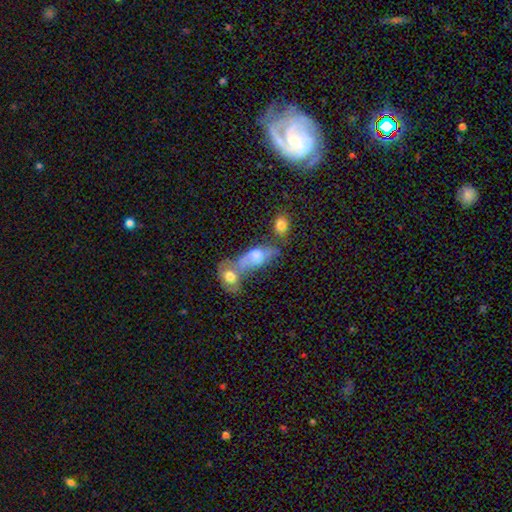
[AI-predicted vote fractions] Overall: smooth (50%; featured or disk 36%). How rounded: in between (75%). Merging: merger (61%).